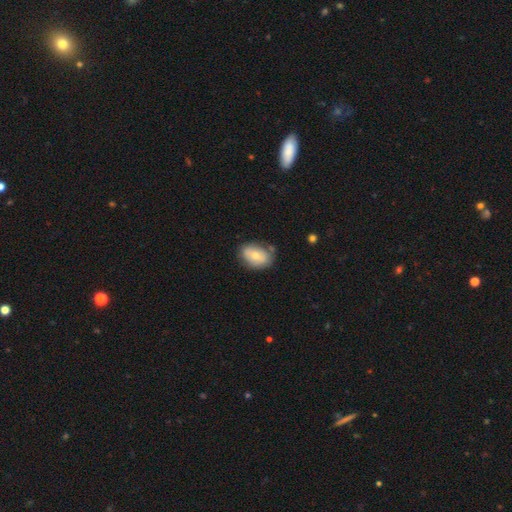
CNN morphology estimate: Smooth or featured? smooth (66%)
How rounded? in between (81%)
Merging? none (64%)